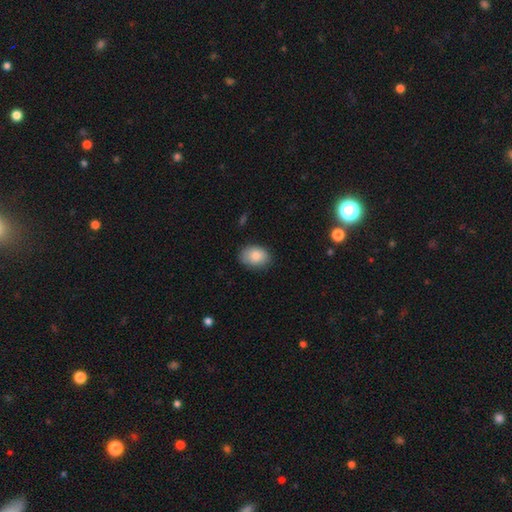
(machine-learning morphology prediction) A smooth galaxy with no disk features (85%) that is in between round and cigar-shaped (76%).

Vote fractions:
- Smooth or featured? smooth: 85% / featured or disk: 8% / star or artifact: 7%
- How rounded? in between: 76% / round: 23% / cigar-shaped: 1%
- Merging? none: 82% / minor disturbance: 14% / major disturbance: 3% / merger: 1%